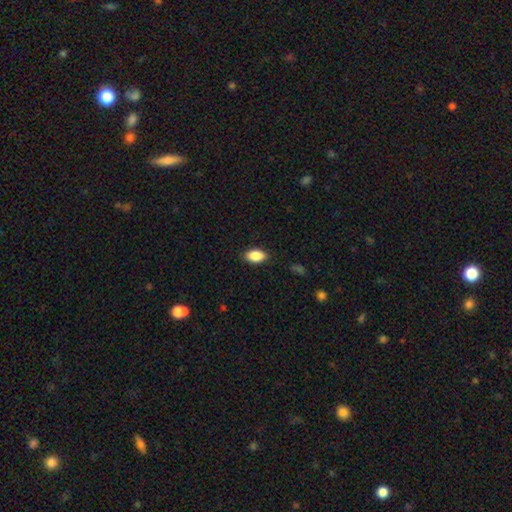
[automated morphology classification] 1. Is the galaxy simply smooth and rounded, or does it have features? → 87% smooth, 7% star or artifact, 5% featured or disk.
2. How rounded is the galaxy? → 92% in between, 5% round, 3% cigar-shaped.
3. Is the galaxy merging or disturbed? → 86% none, 10% minor disturbance, 2% major disturbance, 1% merger.